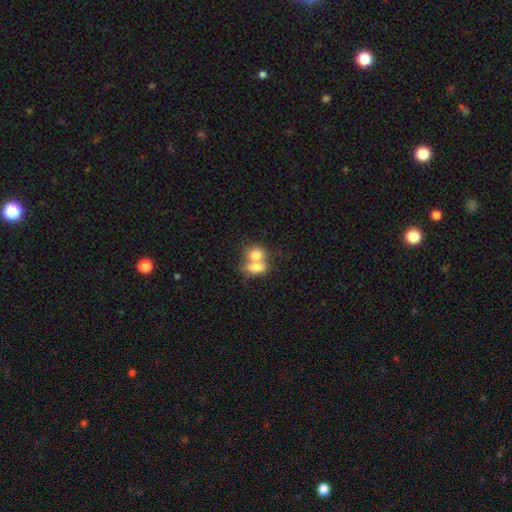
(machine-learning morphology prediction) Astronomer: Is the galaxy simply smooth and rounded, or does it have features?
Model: smooth — 75%.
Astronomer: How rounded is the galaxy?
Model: in between — 61% (runner-up: round, 37%).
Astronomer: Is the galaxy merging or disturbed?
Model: merger — 70%.